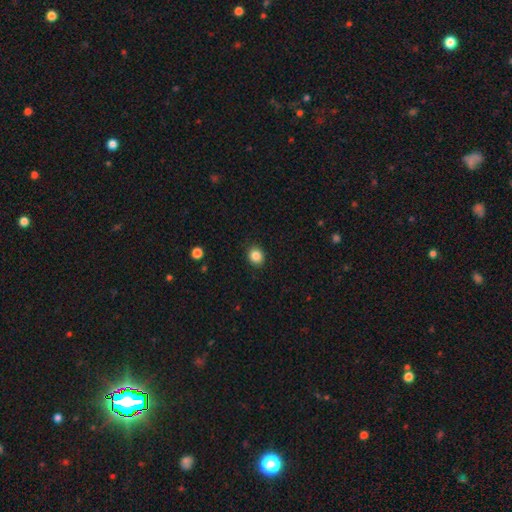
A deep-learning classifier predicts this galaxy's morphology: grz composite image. It shows a smooth galaxy with no disk features (86%) that is round (70%). Merging: none (89%).